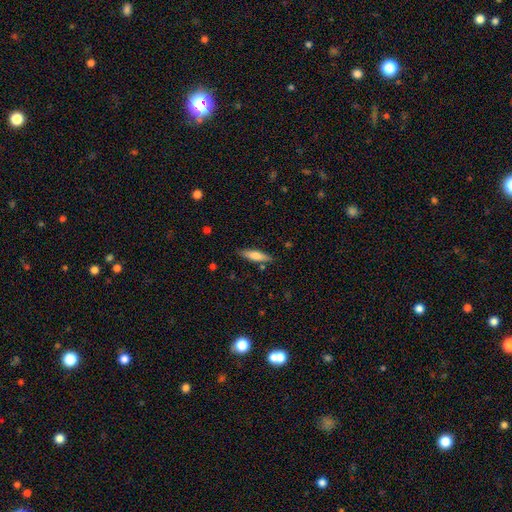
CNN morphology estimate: Smooth or featured? smooth (66%)
How rounded? cigar-shaped (67%)
Merging? none (84%)